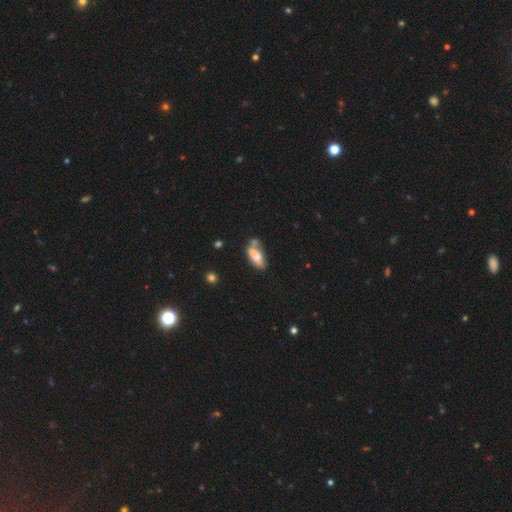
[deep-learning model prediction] Q: Smooth or featured?
A: smooth (71%); runner-up: featured or disk (22%)
Q: How rounded?
A: in between (74%); runner-up: cigar-shaped (24%)
Q: Merging?
A: none (40%); runner-up: merger (28%)